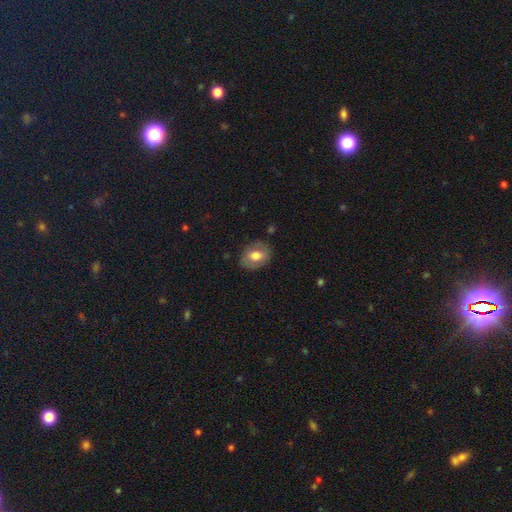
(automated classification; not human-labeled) Overall: smooth (65%; featured or disk 28%). How rounded: in between (58%; round 41%). Merging: none (80%).